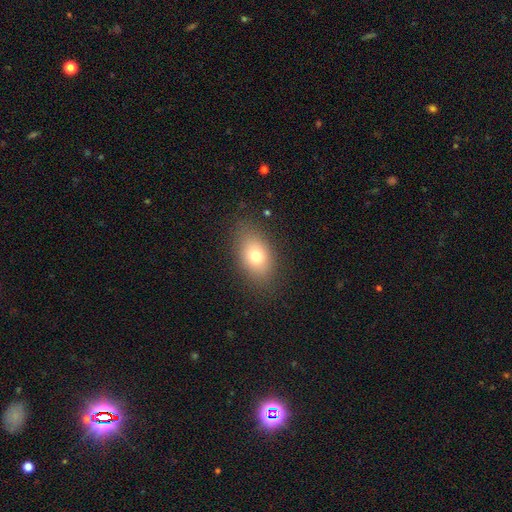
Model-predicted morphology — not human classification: This appears to be a smooth galaxy with no disk features (74%) that is in between round and cigar-shaped (81%). Merging: none (83%).